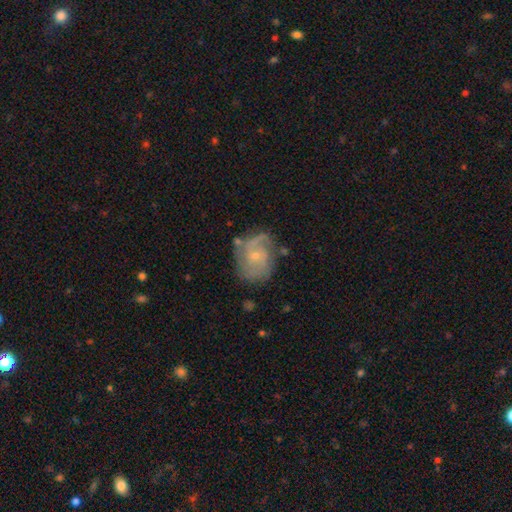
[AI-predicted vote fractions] Morphology: type=featured or disk (77%); edge-on=no (98%); bar=no (62%); spiral arms=yes (91%); winding=medium (46%); arm count=2 (54%); bulge=small (70%); merging=none (63%).